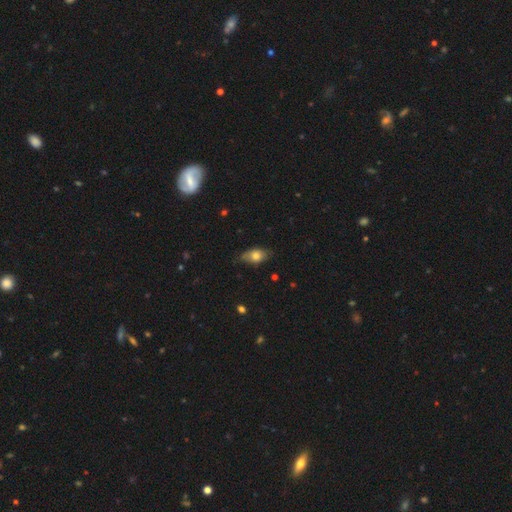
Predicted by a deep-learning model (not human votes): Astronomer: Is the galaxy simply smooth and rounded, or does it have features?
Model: smooth — 71%.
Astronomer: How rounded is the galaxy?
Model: in between — 85%.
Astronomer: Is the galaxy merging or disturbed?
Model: none — 66%.